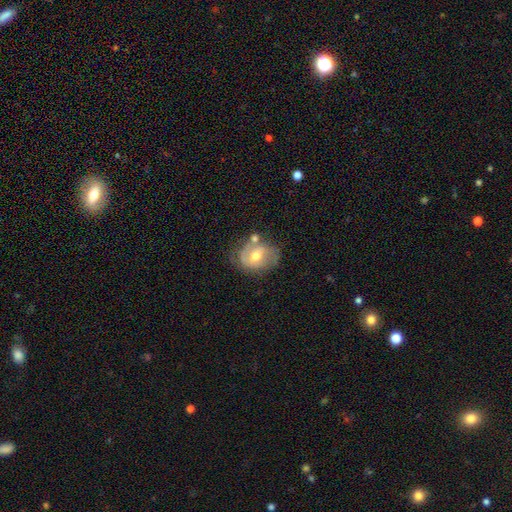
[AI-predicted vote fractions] smooth_or_featured: featured or disk (p=0.62) [alt: smooth p=0.31]
disk_edge_on: no (p=0.96) [alt: yes p=0.04]
bar: weak (p=0.44) [alt: no p=0.42]
has_spiral_arms: yes (p=0.73) [alt: no p=0.27]
bulge_size: moderate (p=0.72) [alt: small p=0.22]
merging: none (p=0.50) [alt: minor disturbance p=0.24]